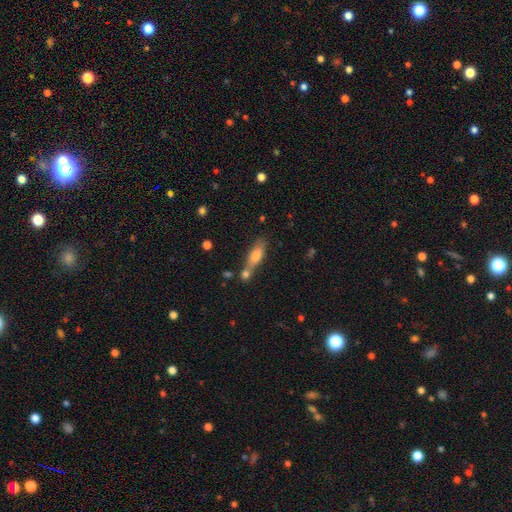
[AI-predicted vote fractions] smooth 65%, featured or disk 26%, star or artifact 9%. Down the decision tree: how rounded — cigar-shaped (49%); merging — none (54%).